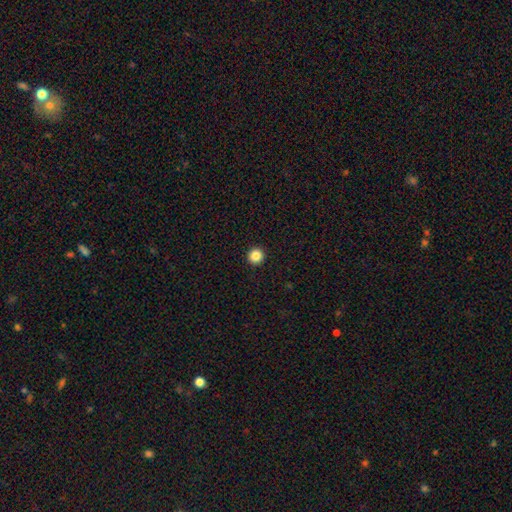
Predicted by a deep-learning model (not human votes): Smooth or featured?
  - smooth: 86% *
  - star or artifact: 11%
  - featured or disk: 4%
How rounded?
  - round: 96% *
  - in between: 3%
  - cigar-shaped: 1%
Merging?
  - none: 94% *
  - minor disturbance: 3%
  - major disturbance: 1%
  - merger: 1%